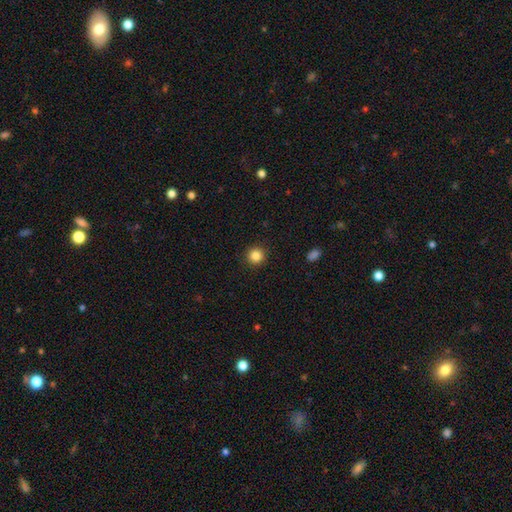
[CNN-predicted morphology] Smooth or featured: smooth — 85% (star or artifact — 11%)
How rounded: round — 94% (in between — 5%)
Merging: none — 92% (minor disturbance — 5%)